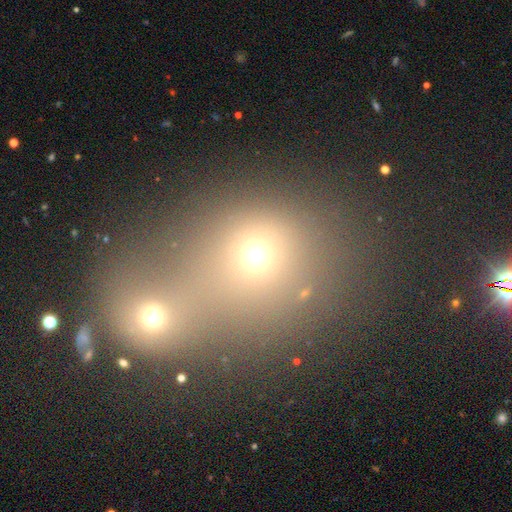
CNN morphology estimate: Smooth or featured: smooth — 64% (star or artifact — 22%)
How rounded: round — 72% (in between — 27%)
Merging: merger — 70% (none — 20%)